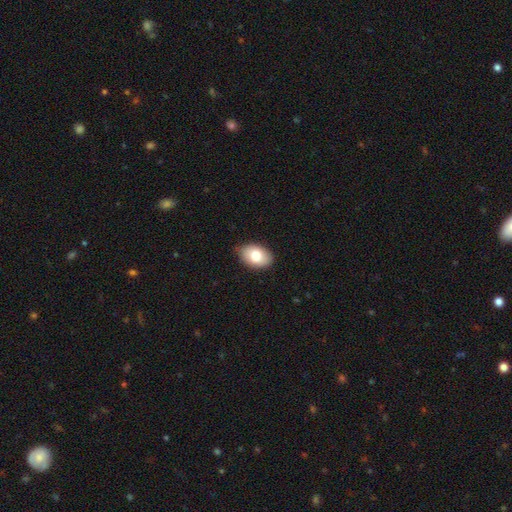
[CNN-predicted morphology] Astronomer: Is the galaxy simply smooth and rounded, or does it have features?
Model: smooth — 78%.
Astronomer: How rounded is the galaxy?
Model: in between — 86%.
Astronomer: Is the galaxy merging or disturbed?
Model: none — 84%.